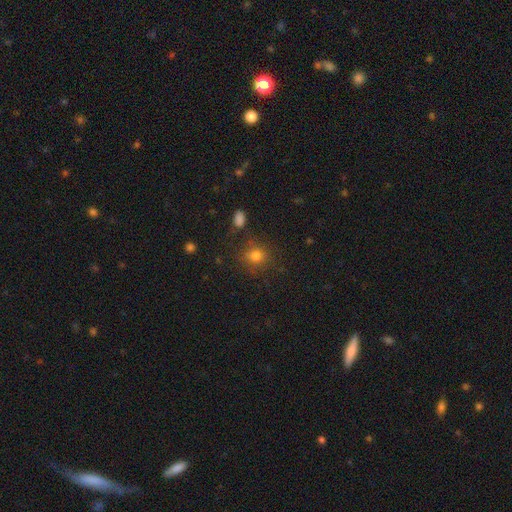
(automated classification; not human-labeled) This appears to be a smooth galaxy with no disk features (78%) that is round (76%). Merging: none (78%).